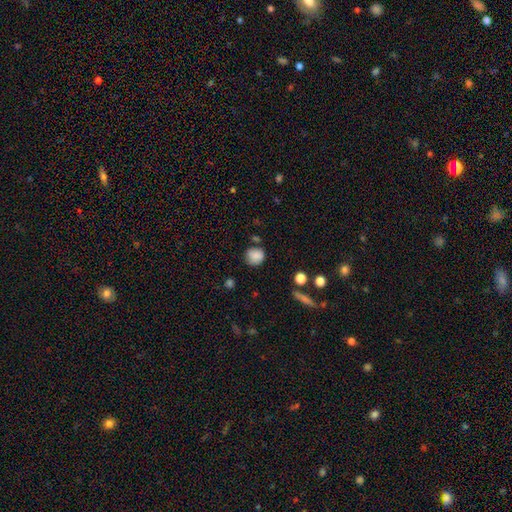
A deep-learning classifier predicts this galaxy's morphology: Q: Smooth or featured?
A: smooth (83%); runner-up: star or artifact (10%)
Q: How rounded?
A: round (80%); runner-up: in between (19%)
Q: Merging?
A: none (69%); runner-up: minor disturbance (21%)